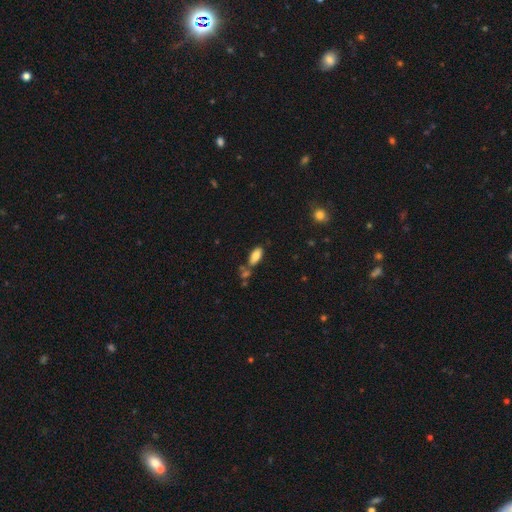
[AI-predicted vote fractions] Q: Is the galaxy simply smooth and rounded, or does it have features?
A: smooth — 83%.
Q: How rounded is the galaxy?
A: in between — 89%.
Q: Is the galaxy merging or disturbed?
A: none — 64%.